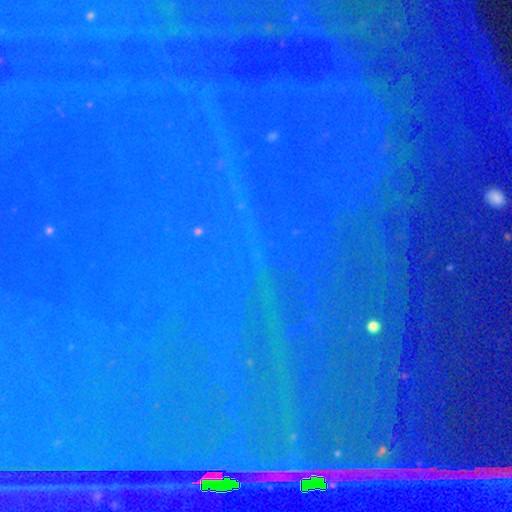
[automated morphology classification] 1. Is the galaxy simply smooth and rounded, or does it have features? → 83% star or artifact, 9% smooth, 8% featured or disk.